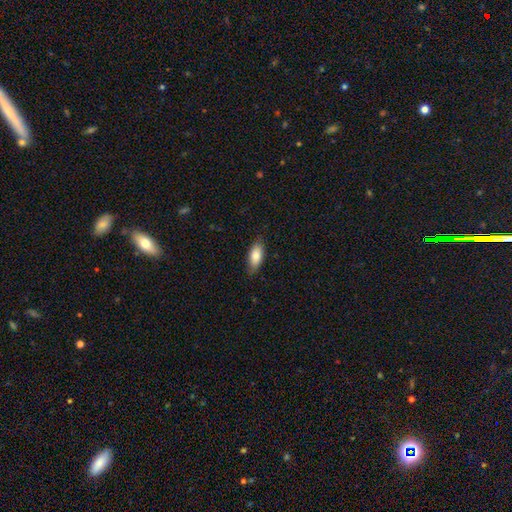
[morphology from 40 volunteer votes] smooth_or_featured: smooth (p=0.75) [alt: featured or disk p=0.17]
how_rounded: in between (p=0.73) [alt: cigar-shaped p=0.27]
merging: none (p=0.81) [alt: minor disturbance p=0.16]